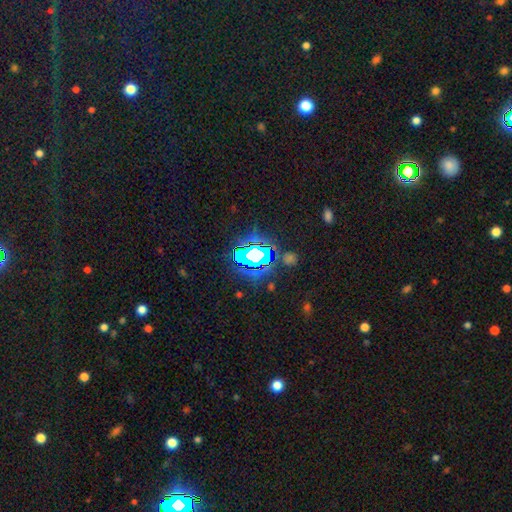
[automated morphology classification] Overall: star or artifact (62%; smooth 24%).